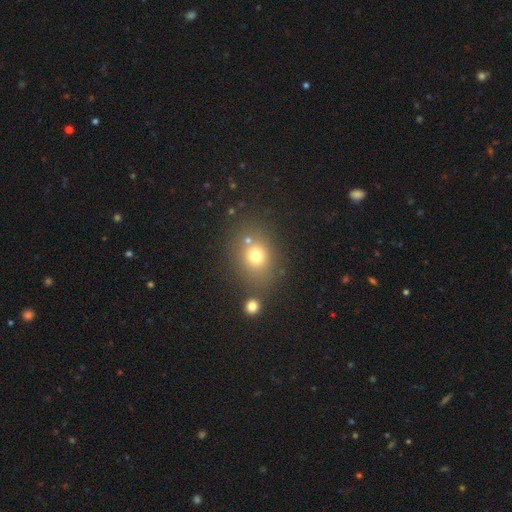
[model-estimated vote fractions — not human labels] A smooth galaxy with no disk features (72%) that is round (60%). Merging: none (71%).